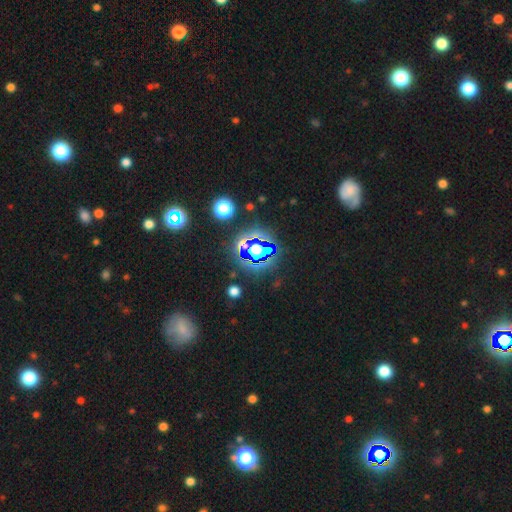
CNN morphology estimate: The model was most divided on "smooth or featured": star or artifact: 74%, smooth: 15%, featured or disk: 11%.